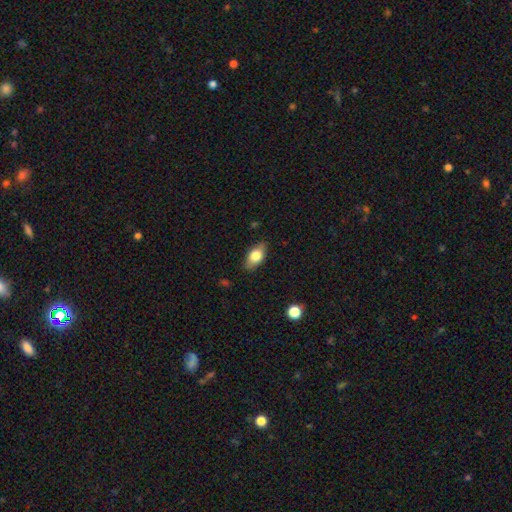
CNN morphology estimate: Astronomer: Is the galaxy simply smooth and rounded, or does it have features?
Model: smooth — 74%.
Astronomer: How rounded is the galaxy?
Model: in between — 89%.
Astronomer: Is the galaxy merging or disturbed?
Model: none — 83%.